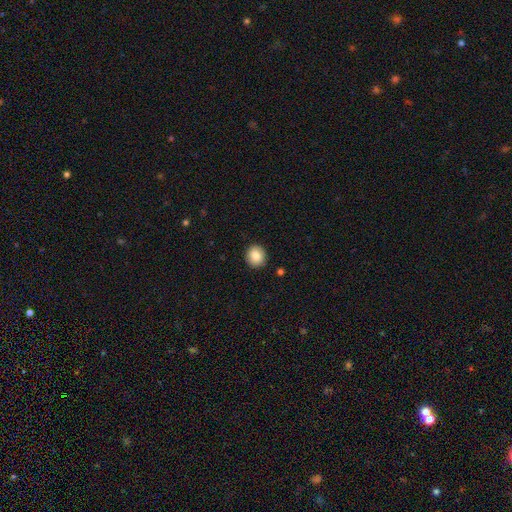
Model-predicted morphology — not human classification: smooth-or-featured: smooth: 86% | star or artifact: 8% | featured or disk: 6%
  how-rounded: round: 88% | in between: 11% | cigar-shaped: 1%
  merging: none: 91% | minor disturbance: 6% | major disturbance: 2% | merger: 1%